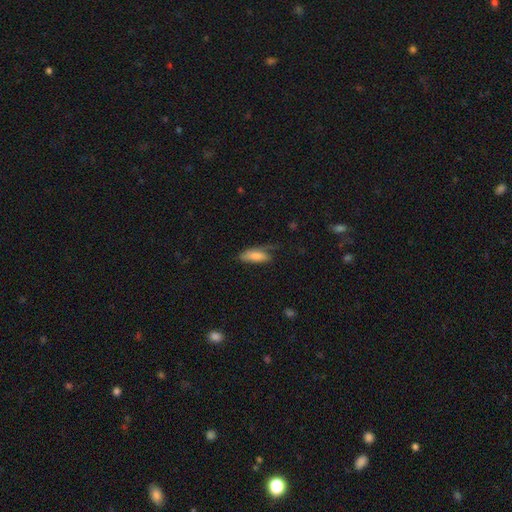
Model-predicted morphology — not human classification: The model was most divided on "merging": none: 47%, minor disturbance: 33%, major disturbance: 18%, merger: 2%. More confident: smooth or featured — smooth (78%); how rounded — in between (68%).